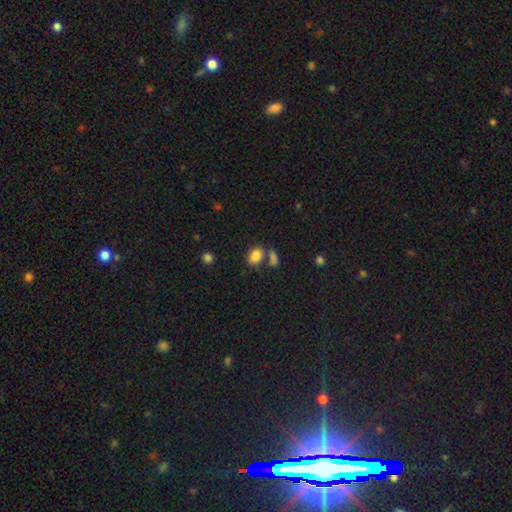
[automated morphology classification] A smooth galaxy with no disk features (84%) that is in between round and cigar-shaped (76%).

Vote fractions:
- Smooth or featured? smooth: 84% / star or artifact: 9% / featured or disk: 6%
- How rounded? in between: 76% / round: 22% / cigar-shaped: 1%
- Merging? none: 61% / merger: 23% / minor disturbance: 12% / major disturbance: 4%